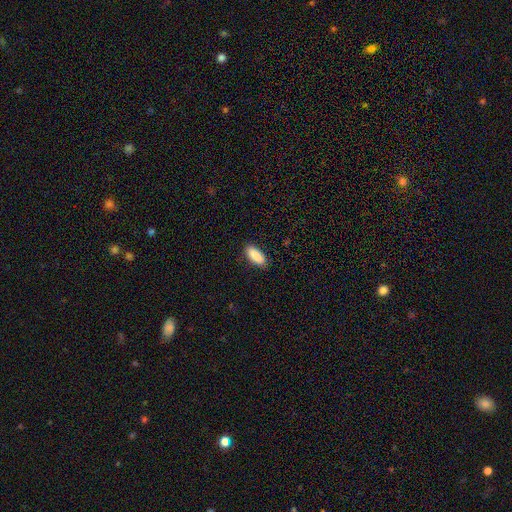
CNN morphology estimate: Q: Smooth or featured?
A: smooth (90%); runner-up: star or artifact (6%)
Q: How rounded?
A: in between (80%); runner-up: cigar-shaped (18%)
Q: Merging?
A: none (87%); runner-up: minor disturbance (10%)